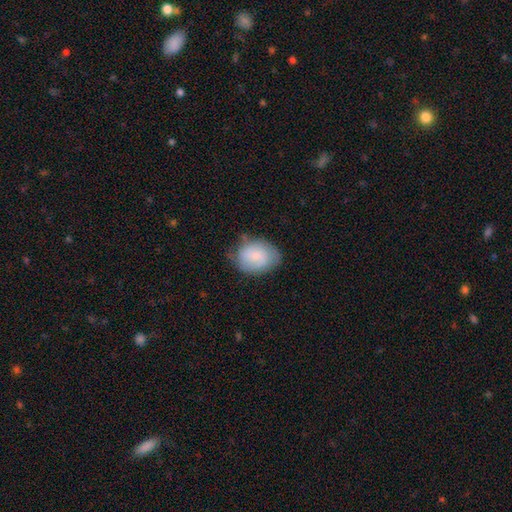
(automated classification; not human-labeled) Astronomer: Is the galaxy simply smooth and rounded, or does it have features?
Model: smooth — 69%.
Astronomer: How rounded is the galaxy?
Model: in between — 57% (runner-up: round, 42%).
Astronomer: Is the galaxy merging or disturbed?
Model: none — 64%.